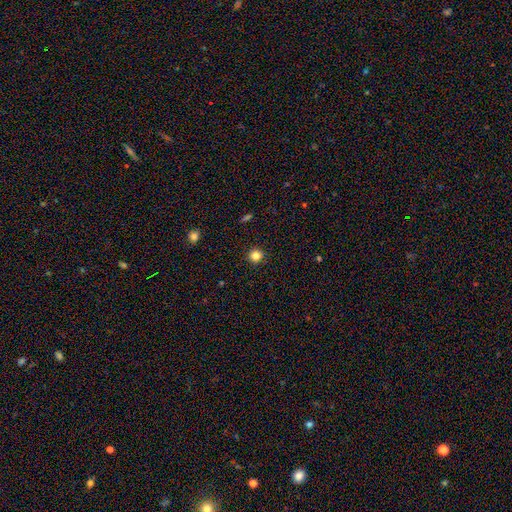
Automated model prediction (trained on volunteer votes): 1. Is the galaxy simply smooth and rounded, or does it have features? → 83% smooth, 12% star or artifact, 5% featured or disk.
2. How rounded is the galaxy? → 94% round, 5% in between, 1% cigar-shaped.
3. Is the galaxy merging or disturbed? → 93% none, 5% minor disturbance, 2% major disturbance, 1% merger.